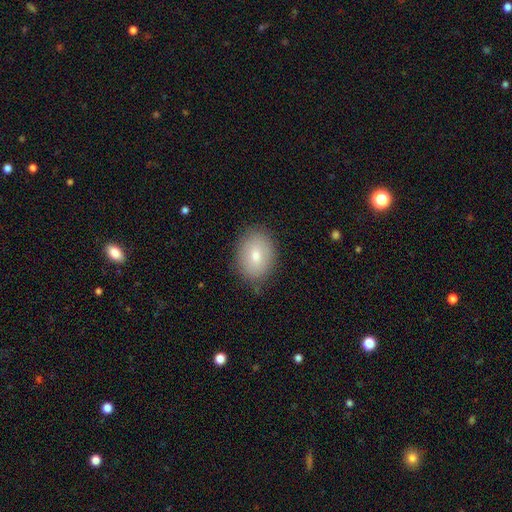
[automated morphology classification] Smooth or featured? Predicted: smooth (p=0.76). How rounded? Predicted: in between (p=0.64). Merging? Predicted: none (p=0.81).